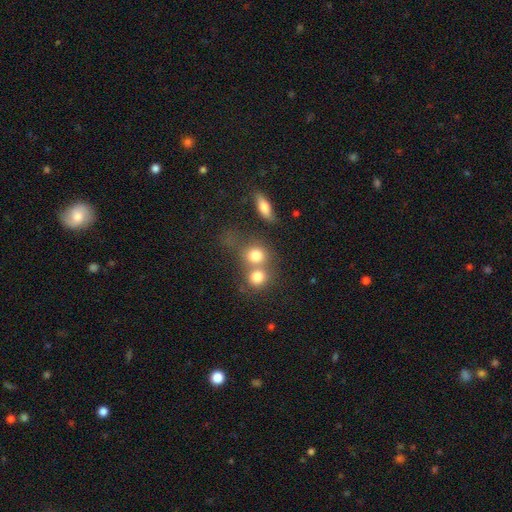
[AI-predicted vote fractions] smooth_or_featured: smooth (p=0.77) [alt: featured or disk p=0.12]
how_rounded: round (p=0.75) [alt: in between p=0.24]
merging: merger (p=0.53) [alt: none p=0.35]